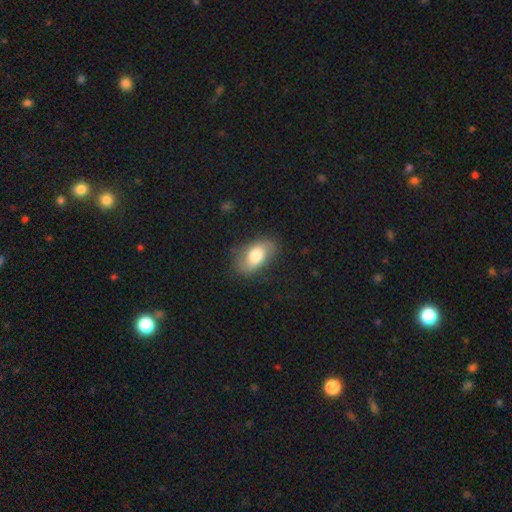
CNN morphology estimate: type=smooth (63%); roundness=in between (89%); merging=none (78%).